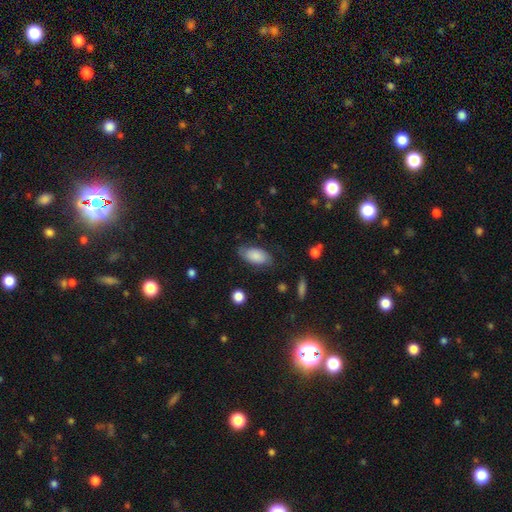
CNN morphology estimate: Smooth or featured?
  - smooth: 78% *
  - featured or disk: 15%
  - star or artifact: 7%
How rounded?
  - in between: 93% *
  - cigar-shaped: 4%
  - round: 3%
Merging?
  - none: 72% *
  - minor disturbance: 20%
  - major disturbance: 6%
  - merger: 2%